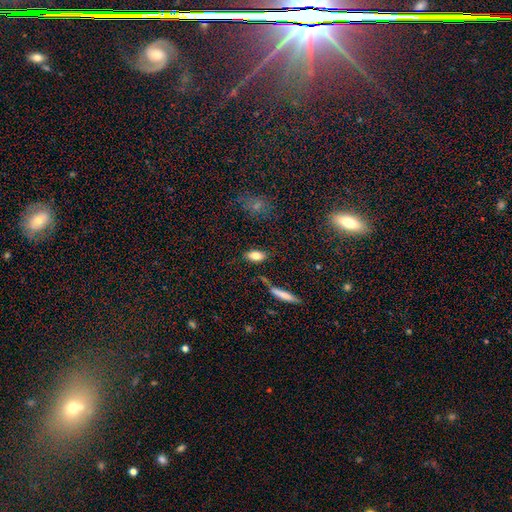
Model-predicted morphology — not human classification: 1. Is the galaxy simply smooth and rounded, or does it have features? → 79% smooth, 13% featured or disk, 8% star or artifact.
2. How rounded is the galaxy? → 86% in between, 9% cigar-shaped, 4% round.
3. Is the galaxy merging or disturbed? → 79% none, 13% minor disturbance, 5% merger, 4% major disturbance.